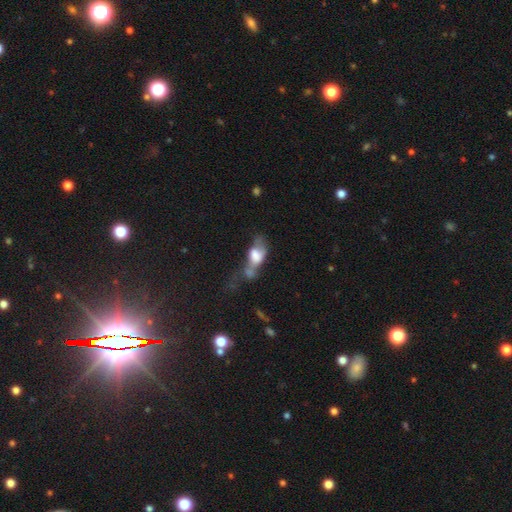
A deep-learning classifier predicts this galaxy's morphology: A smooth galaxy with no disk features (56%) that is in between round and cigar-shaped (82%).

Vote fractions:
- Smooth or featured? smooth: 56% / featured or disk: 33% / star or artifact: 11%
- How rounded? in between: 82% / round: 9% / cigar-shaped: 9%
- Merging? major disturbance: 37% / merger: 35% / minor disturbance: 14% / none: 14%